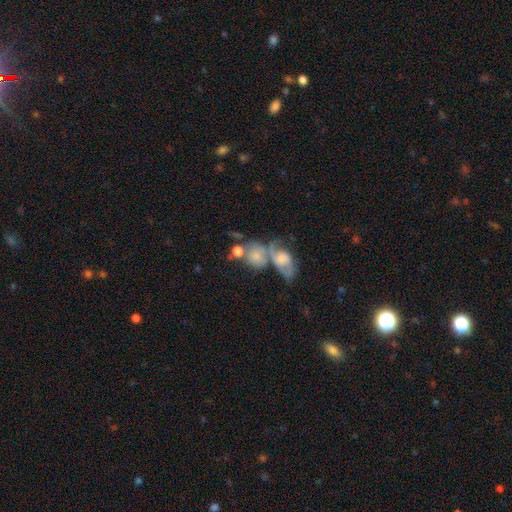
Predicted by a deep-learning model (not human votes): smooth 57%, featured or disk 33%, star or artifact 10%. Down the decision tree: how rounded — round (62%); merging — merger (54%).